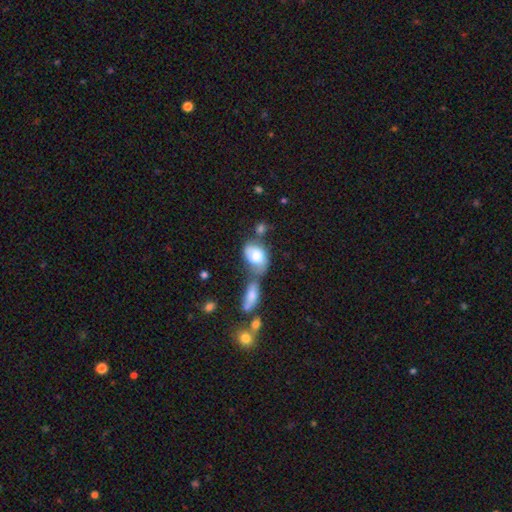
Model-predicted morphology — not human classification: The model was most divided on "merging": merger: 50%, none: 24%, minor disturbance: 16%, major disturbance: 11%. More confident: how rounded — in between (84%); smooth or featured — smooth (71%).